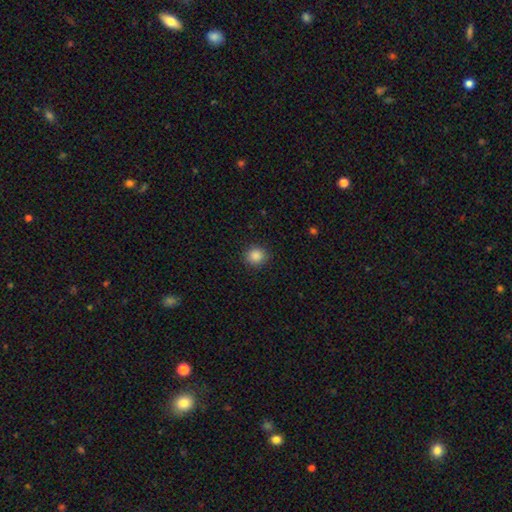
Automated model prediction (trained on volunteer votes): Smooth or featured: smooth — 88% (star or artifact — 10%)
How rounded: round — 87% (in between — 12%)
Merging: none — 90% (minor disturbance — 7%)